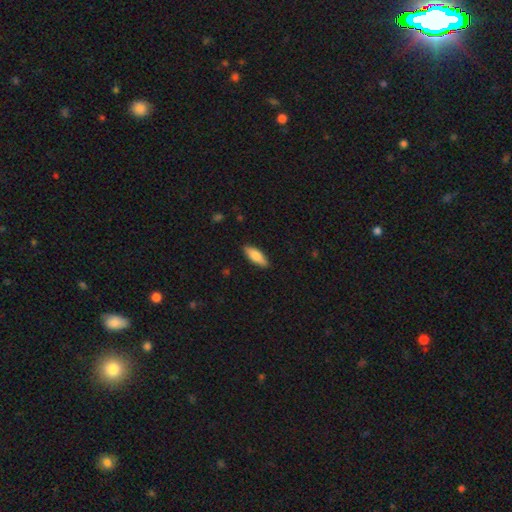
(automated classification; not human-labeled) Overall: smooth (79%). How rounded: in between (65%; cigar-shaped 33%). Merging: none (87%).